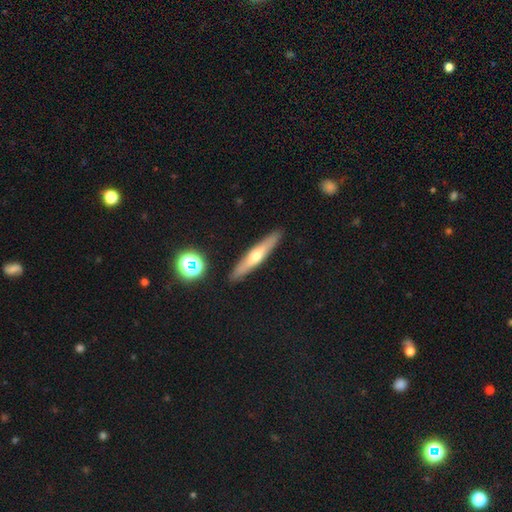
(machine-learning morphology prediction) The model was most divided on "smooth or featured": featured or disk: 51%, smooth: 41%, star or artifact: 7%. More confident: edge-on disk — yes (91%); merging — none (90%).